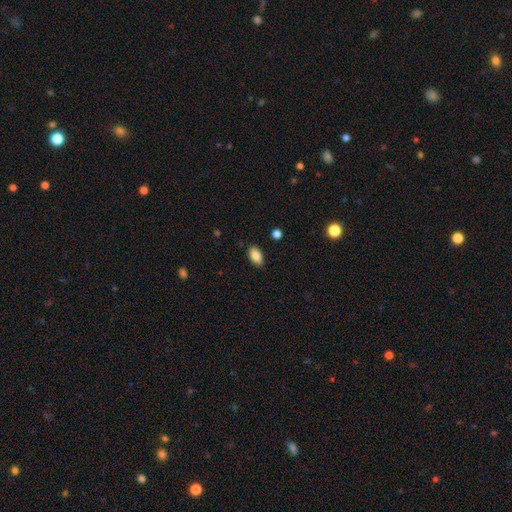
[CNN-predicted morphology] A smooth galaxy with no disk features (88%) that is in between round and cigar-shaped (92%).

Vote fractions:
- Smooth or featured? smooth: 88% / star or artifact: 8% / featured or disk: 5%
- How rounded? in between: 92% / round: 6% / cigar-shaped: 2%
- Merging? none: 87% / minor disturbance: 10% / major disturbance: 2% / merger: 1%